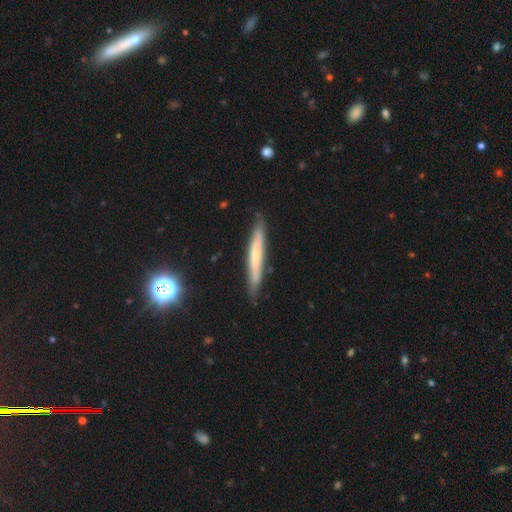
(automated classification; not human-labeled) This appears to be a smooth galaxy with no disk features (50%). Merging: none (83%).